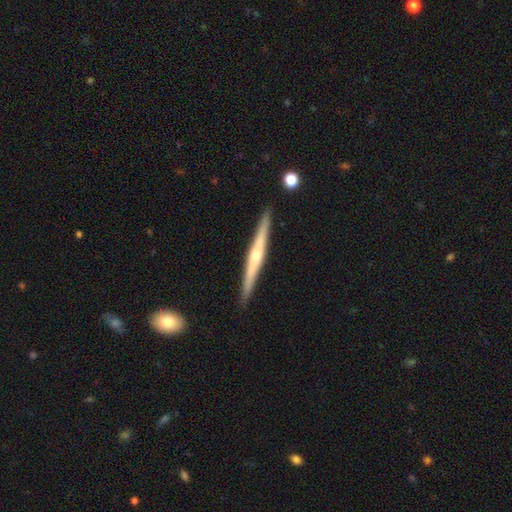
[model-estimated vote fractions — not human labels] Q: Smooth or featured?
A: featured or disk (77%); runner-up: smooth (17%)
Q: Edge-on disk?
A: yes (98%); runner-up: no (2%)
Q: Edge-on bulge?
A: rounded (78%); runner-up: none (16%)
Q: Merging?
A: none (90%); runner-up: minor disturbance (7%)